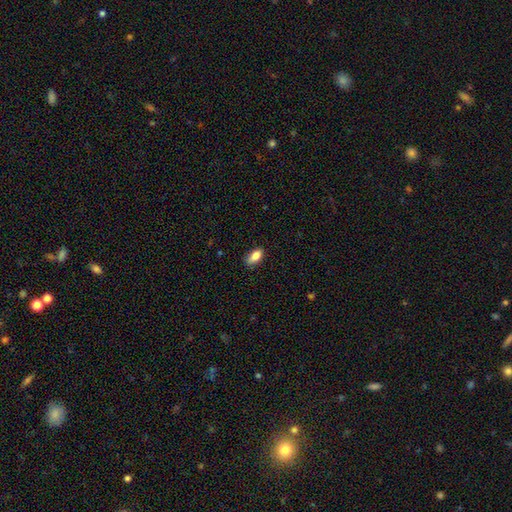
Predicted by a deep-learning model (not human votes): This is clearly a smooth galaxy (83%). How rounded: clearly in between (89%). Merging: likely none (77%).